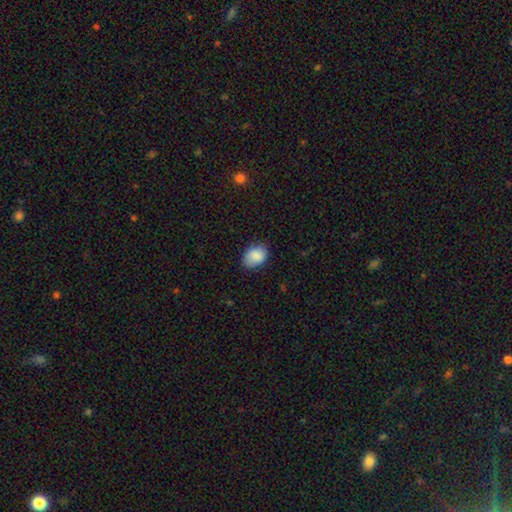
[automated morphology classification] smooth 88%, star or artifact 7%, featured or disk 5%. Down the decision tree: how rounded — in between (73%); merging — none (77%).